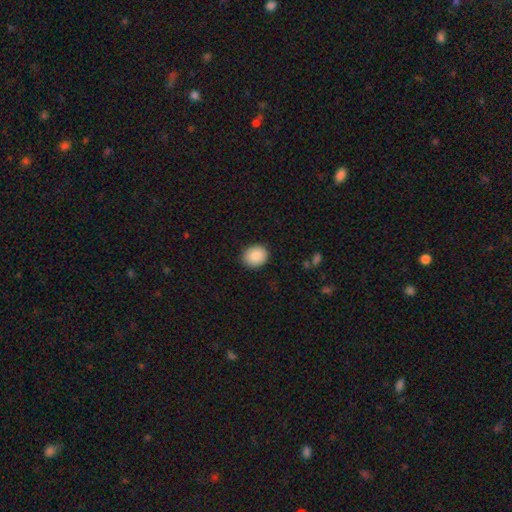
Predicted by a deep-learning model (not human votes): A smooth galaxy with no disk features (88%) that is round (59%).

Vote fractions:
- Smooth or featured? smooth: 88% / star or artifact: 7% / featured or disk: 4%
- How rounded? round: 59% / in between: 40% / cigar-shaped: 1%
- Merging? none: 89% / minor disturbance: 8% / major disturbance: 2% / merger: 1%